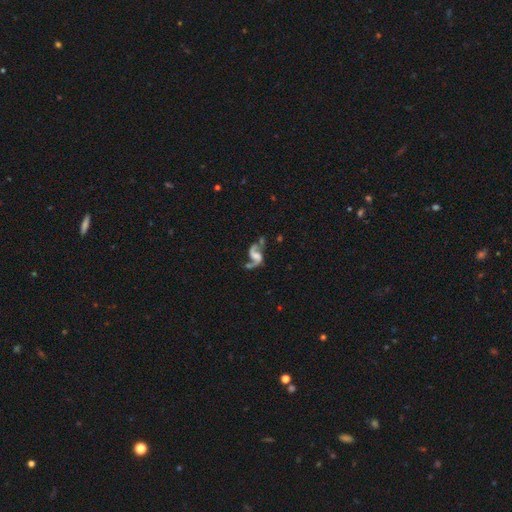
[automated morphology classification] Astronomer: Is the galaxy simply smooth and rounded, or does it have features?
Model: featured or disk — 87%.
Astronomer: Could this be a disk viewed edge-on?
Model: no — 98%.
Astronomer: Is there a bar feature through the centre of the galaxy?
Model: weak — 42% (runner-up: no, 38%).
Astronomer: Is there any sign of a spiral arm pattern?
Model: yes — 95%.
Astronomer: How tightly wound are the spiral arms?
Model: loose — 71%.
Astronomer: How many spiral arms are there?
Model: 2 — 90%.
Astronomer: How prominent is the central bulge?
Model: none — 38% (runner-up: small, 24%).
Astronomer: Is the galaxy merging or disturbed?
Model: none — 50%.